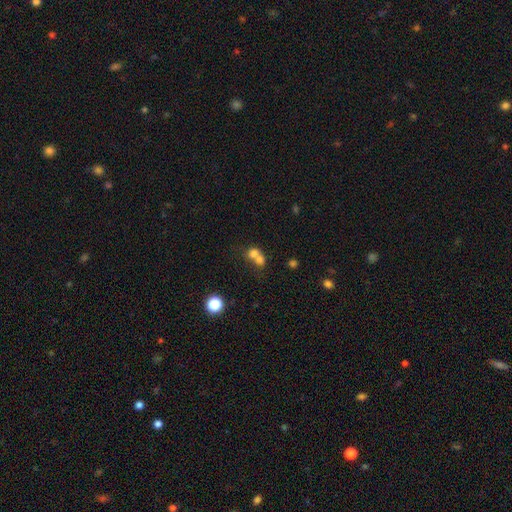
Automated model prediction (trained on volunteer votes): Smooth or featured? smooth (70%)
How rounded? round (70%)
Merging? merger (67%)